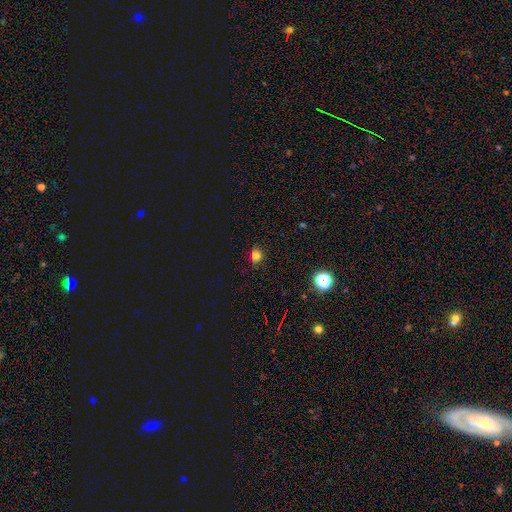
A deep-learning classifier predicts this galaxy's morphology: Smooth or featured: smooth — 77% (star or artifact — 18%)
How rounded: round — 73% (in between — 26%)
Merging: none — 86% (minor disturbance — 11%)